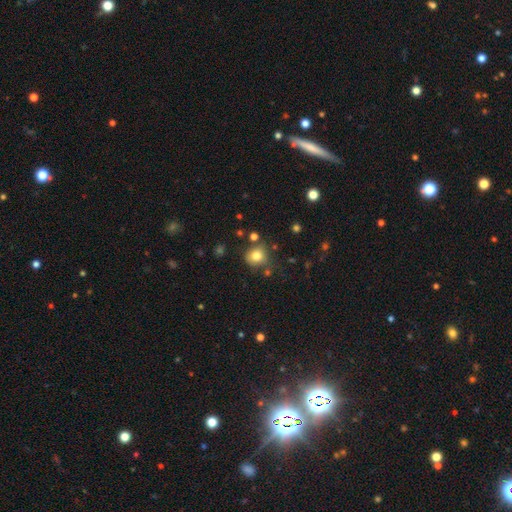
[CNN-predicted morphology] Smooth or featured? smooth (80%)
How rounded? round (82%)
Merging? none (76%)